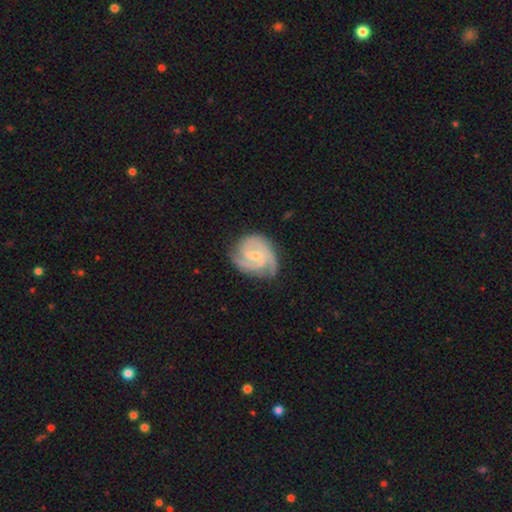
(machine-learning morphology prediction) featured or disk 90%, smooth 6%, star or artifact 4%. Down the decision tree: edge-on disk — no (98%); bar — no (52%); spiral arms — yes (98%); spiral arm count — 3 (54%); spiral winding — tight (64%); bulge size — small (56%); merging — none (74%).